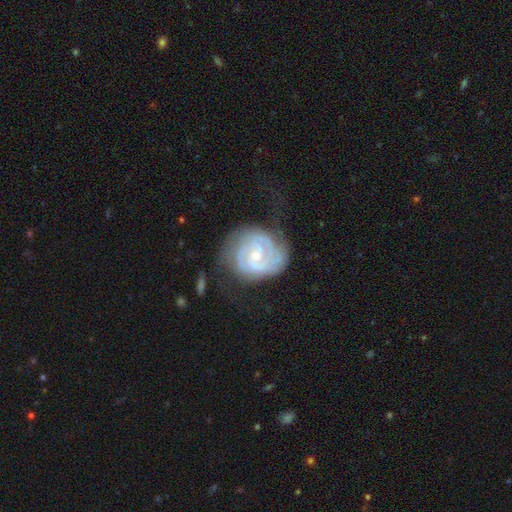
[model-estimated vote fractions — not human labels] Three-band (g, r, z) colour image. It shows a featured or disk galaxy (88%) with no bar (54%), 2 (48%) tight (72%) spiral arms (97%) and a small central bulge (69%). Merging: none (62%).